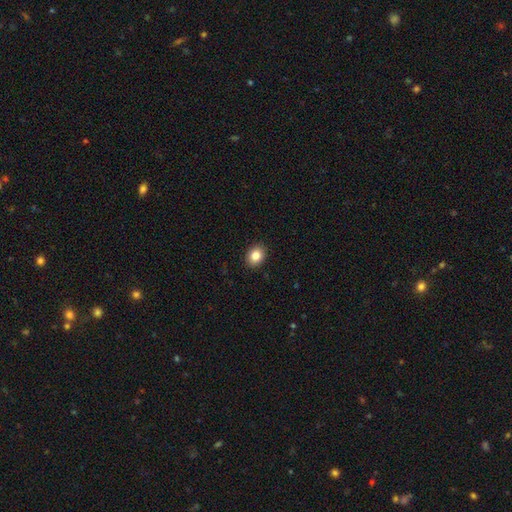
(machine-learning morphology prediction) Smooth or featured? Predicted: smooth (p=0.84). How rounded? Predicted: in between (p=0.51). Merging? Predicted: none (p=0.91).